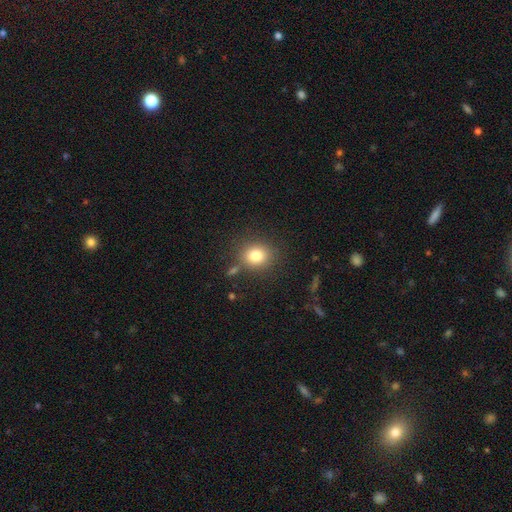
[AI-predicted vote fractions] Smooth or featured?
  - smooth: 80% *
  - star or artifact: 12%
  - featured or disk: 8%
How rounded?
  - round: 78% *
  - in between: 21%
  - cigar-shaped: 1%
Merging?
  - none: 80% *
  - minor disturbance: 10%
  - merger: 6%
  - major disturbance: 4%